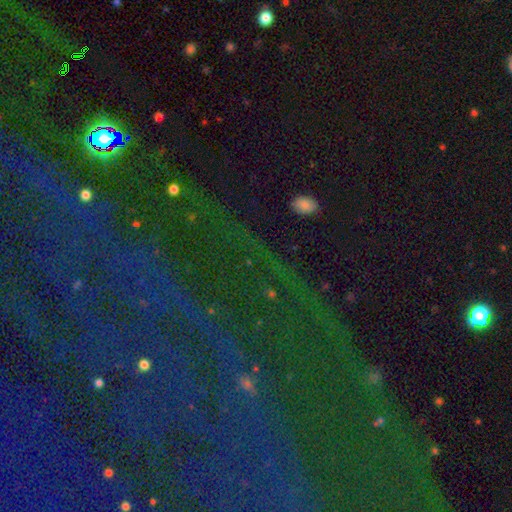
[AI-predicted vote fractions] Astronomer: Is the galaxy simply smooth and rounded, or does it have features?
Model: star or artifact — 79%.